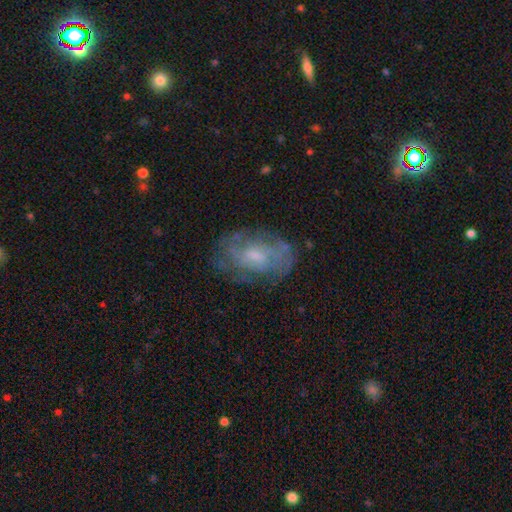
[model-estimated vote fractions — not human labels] A featured or disk galaxy (63%) with no bar (57%), spiral arms (66%) and a small central bulge (49%). Merging: none (68%).